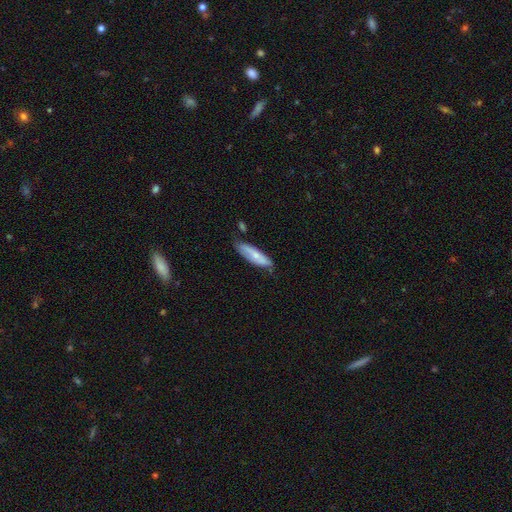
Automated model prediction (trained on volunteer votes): Smooth or featured? smooth (61%)
How rounded? cigar-shaped (57%)
Merging? none (66%)